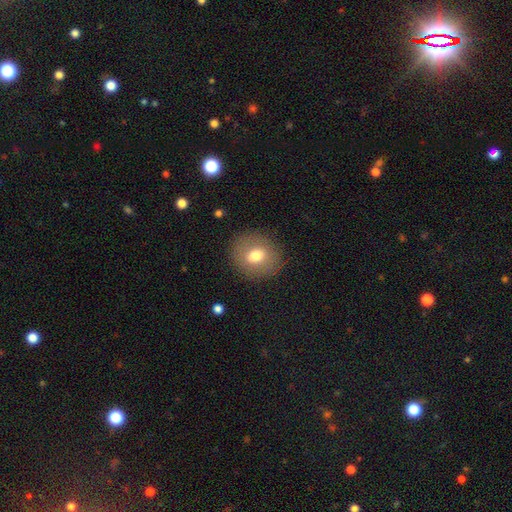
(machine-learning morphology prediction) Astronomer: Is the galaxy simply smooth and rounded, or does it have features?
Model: smooth — 71%.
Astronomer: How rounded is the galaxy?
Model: round — 73%.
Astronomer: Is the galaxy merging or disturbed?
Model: none — 87%.